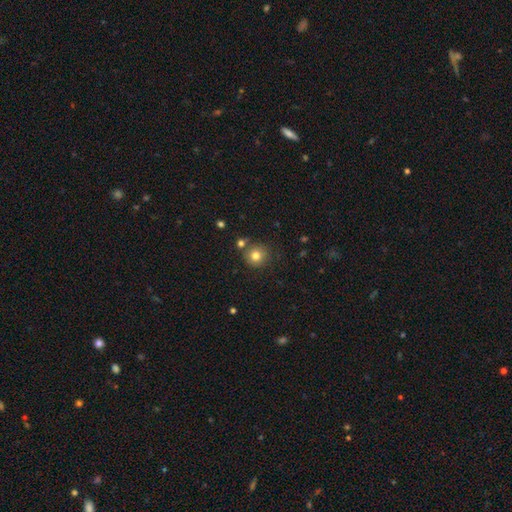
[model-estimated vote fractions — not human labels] This appears to be a smooth galaxy with no disk features (80%) that is round (92%). Merging: none (76%).